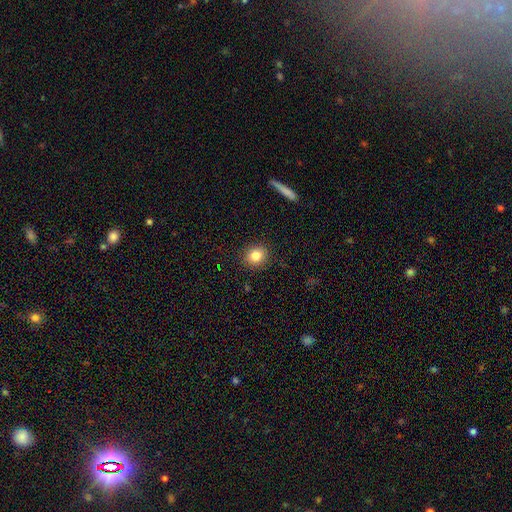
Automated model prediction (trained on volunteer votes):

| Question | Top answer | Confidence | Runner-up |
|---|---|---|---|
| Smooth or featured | smooth | 84% | star or artifact (10%) |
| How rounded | round | 74% | in between (25%) |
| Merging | none | 89% | minor disturbance (8%) |